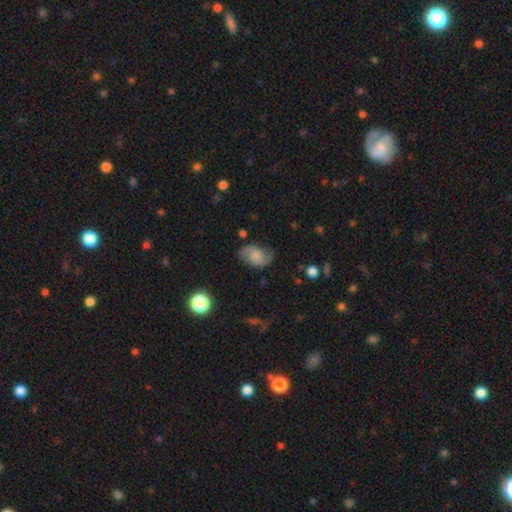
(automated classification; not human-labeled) smooth_or_featured: featured or disk (p=0.64) [alt: smooth p=0.27]
disk_edge_on: no (p=0.97) [alt: yes p=0.03]
bar: no (p=0.59) [alt: weak p=0.35]
has_spiral_arms: yes (p=0.93) [alt: no p=0.07]
spiral_winding: medium (p=0.45) [alt: loose p=0.40]
spiral_arm_count: 2 (p=0.90) [alt: can't tell p=0.05]
bulge_size: none (p=0.40) [alt: small p=0.28]
merging: none (p=0.75) [alt: minor disturbance p=0.18]